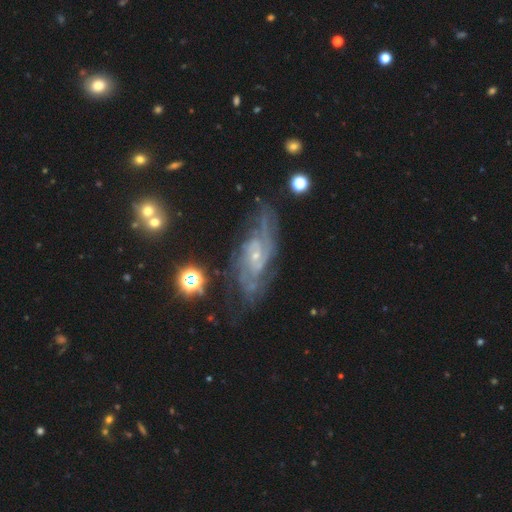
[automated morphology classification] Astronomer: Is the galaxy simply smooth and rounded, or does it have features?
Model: featured or disk — 86%.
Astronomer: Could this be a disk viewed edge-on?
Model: no — 92%.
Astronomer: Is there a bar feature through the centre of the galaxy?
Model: no — 58% (runner-up: weak, 34%).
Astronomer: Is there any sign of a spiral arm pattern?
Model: yes — 96%.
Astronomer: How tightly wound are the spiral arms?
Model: tight — 47% (runner-up: medium, 42%).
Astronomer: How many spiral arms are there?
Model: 2 — 35% (runner-up: can't tell, 29%).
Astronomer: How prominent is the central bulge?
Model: small — 76%.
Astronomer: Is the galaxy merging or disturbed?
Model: none — 67%.